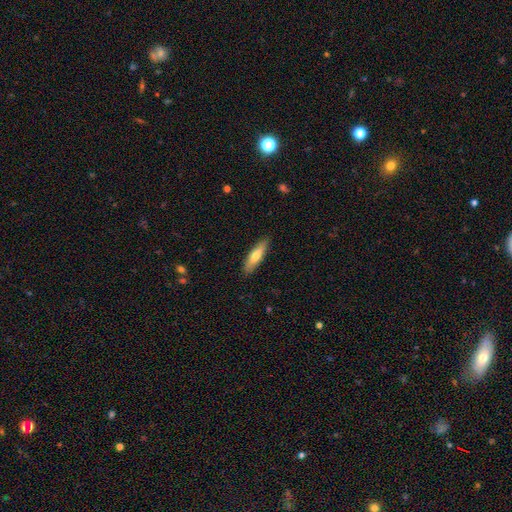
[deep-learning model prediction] Overall: smooth (67%; featured or disk 27%). How rounded: cigar-shaped (62%; in between 36%). Merging: none (87%).